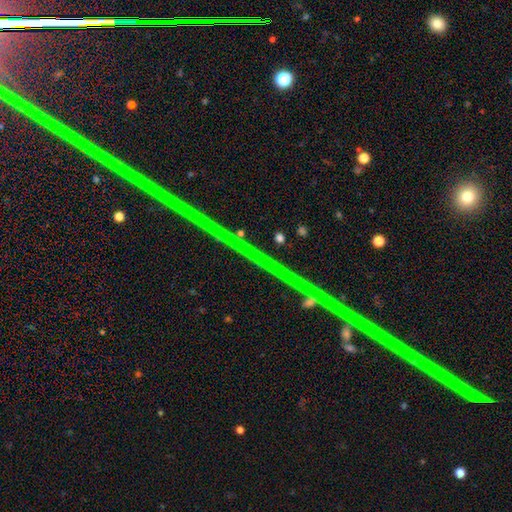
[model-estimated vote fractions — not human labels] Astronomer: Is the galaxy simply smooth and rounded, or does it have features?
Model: star or artifact — 89%.